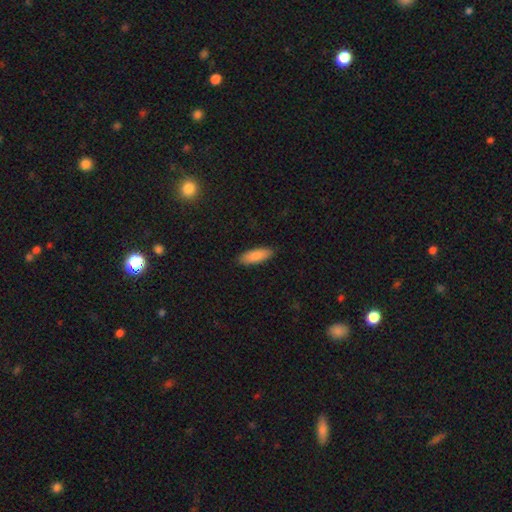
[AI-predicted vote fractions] Smooth or featured? Predicted: smooth (p=0.88). How rounded? Predicted: in between (p=0.64). Merging? Predicted: none (p=0.89).